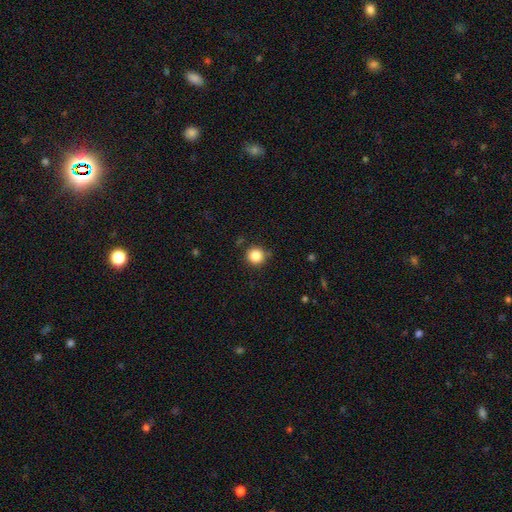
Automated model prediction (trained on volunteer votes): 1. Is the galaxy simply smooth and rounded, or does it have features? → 85% smooth, 11% star or artifact, 5% featured or disk.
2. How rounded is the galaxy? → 94% round, 5% in between, 1% cigar-shaped.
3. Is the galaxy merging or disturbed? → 88% none, 8% minor disturbance, 2% major disturbance, 2% merger.